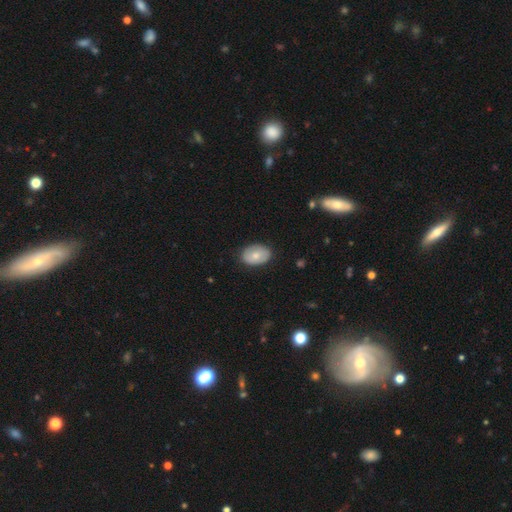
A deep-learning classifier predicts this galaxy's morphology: Smooth or featured?
  - smooth: 72% *
  - featured or disk: 22%
  - star or artifact: 6%
How rounded?
  - in between: 85% *
  - round: 14%
  - cigar-shaped: 1%
Merging?
  - none: 83% *
  - minor disturbance: 13%
  - major disturbance: 3%
  - merger: 1%